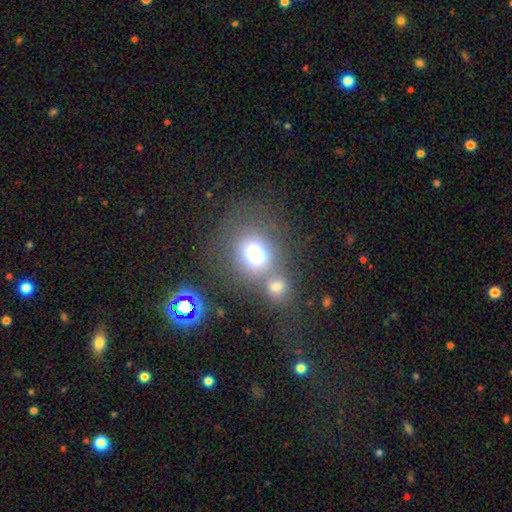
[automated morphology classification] type=smooth (66%); roundness=round (74%); merging=merger (46%).